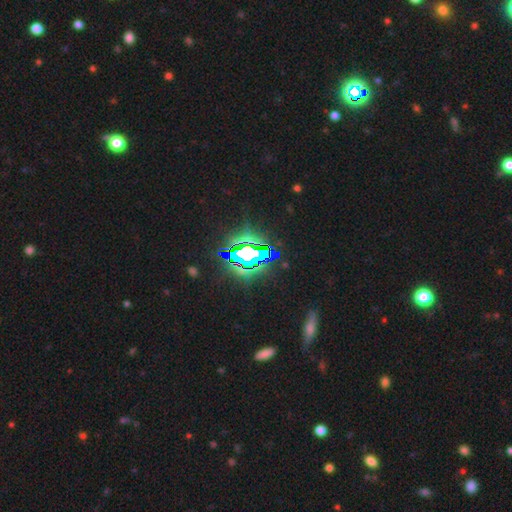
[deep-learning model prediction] smooth-or-featured: star or artifact: 76% | featured or disk: 13% | smooth: 11%